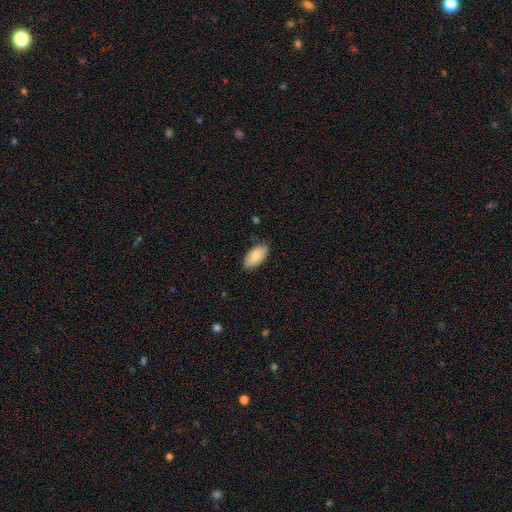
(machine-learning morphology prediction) This is clearly a smooth galaxy (83%). How rounded: clearly in between (94%). Merging: clearly none (84%).